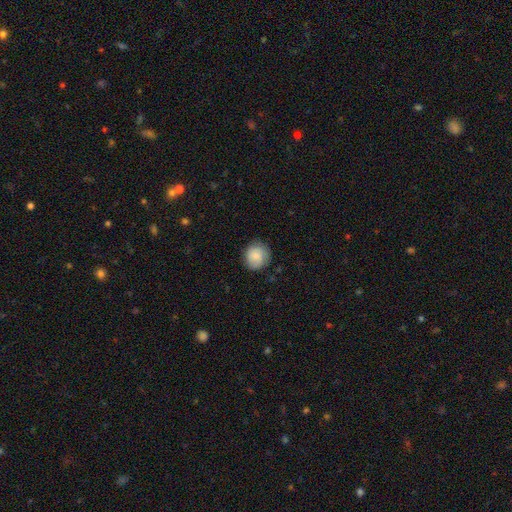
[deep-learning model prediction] Smooth or featured? smooth (80%)
How rounded? round (87%)
Merging? none (79%)